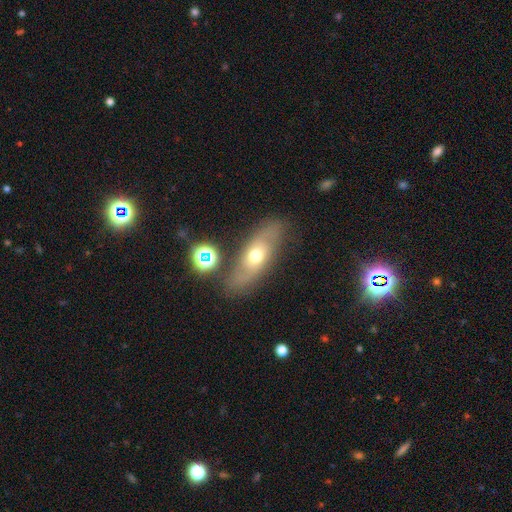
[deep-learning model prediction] The model was most divided on "smooth or featured" (2-way tie): featured or disk: 45%, smooth: 45%, star or artifact: 10%. More confident: merging — none (74%).